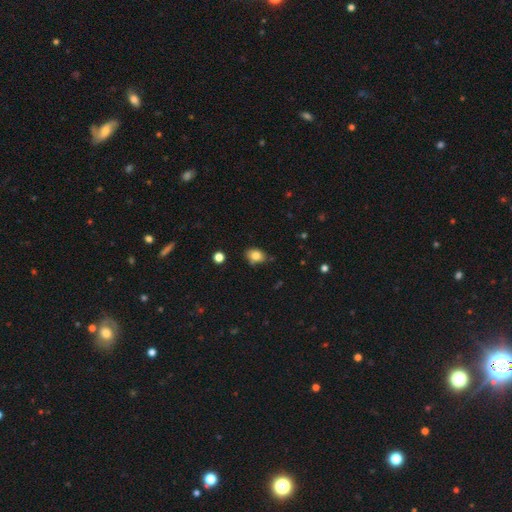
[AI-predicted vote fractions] Smooth or featured: smooth — 81% (star or artifact — 10%)
How rounded: in between — 63% (round — 35%)
Merging: none — 71% (minor disturbance — 21%)